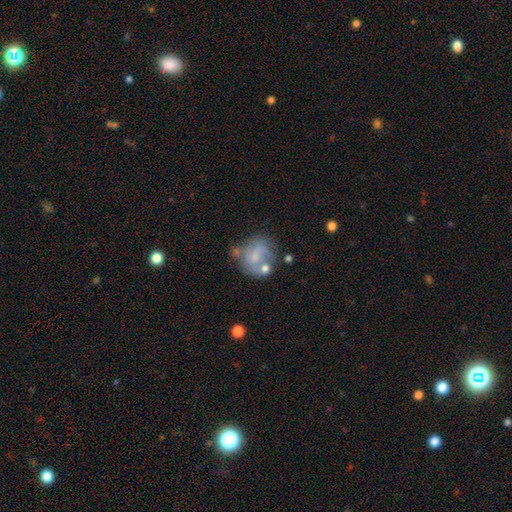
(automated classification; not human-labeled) A featured or disk galaxy (48%). Merging: none (42%).